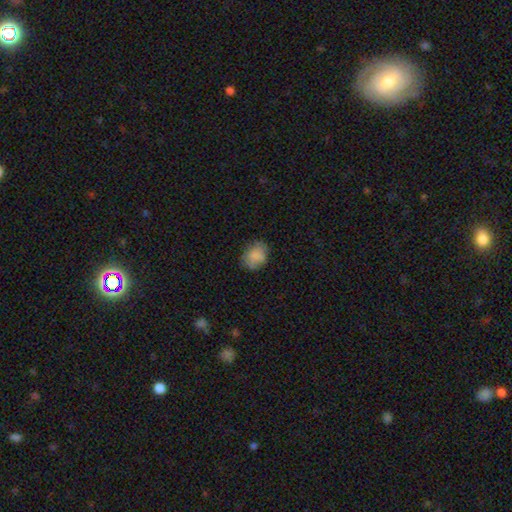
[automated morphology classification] type=smooth (81%); roundness=in between (53%); merging=none (75%).